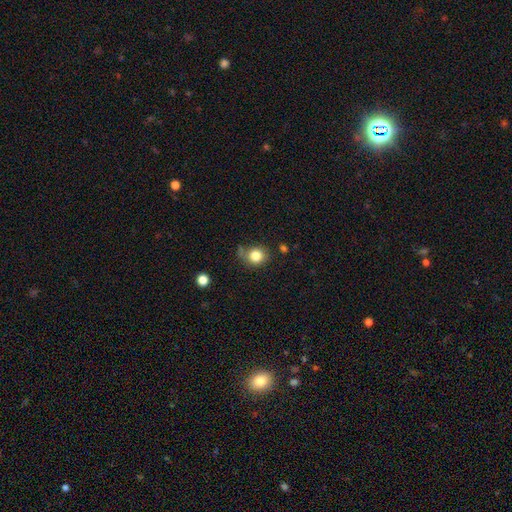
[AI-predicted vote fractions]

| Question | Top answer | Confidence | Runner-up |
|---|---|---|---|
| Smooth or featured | smooth | 83% | star or artifact (11%) |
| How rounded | round | 81% | in between (18%) |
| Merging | none | 67% | minor disturbance (20%) |